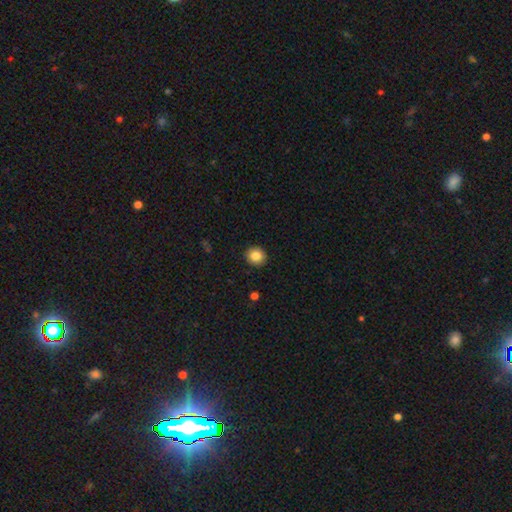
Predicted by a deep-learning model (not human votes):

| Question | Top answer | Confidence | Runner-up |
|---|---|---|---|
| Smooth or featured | smooth | 84% | star or artifact (9%) |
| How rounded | round | 89% | in between (10%) |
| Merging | none | 92% | minor disturbance (6%) |